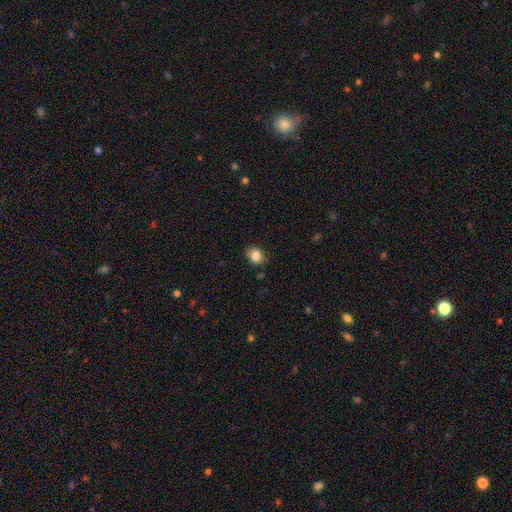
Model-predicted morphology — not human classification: Smooth or featured? Predicted: smooth (p=0.82). How rounded? Predicted: round (p=0.56). Merging? Predicted: none (p=0.79).